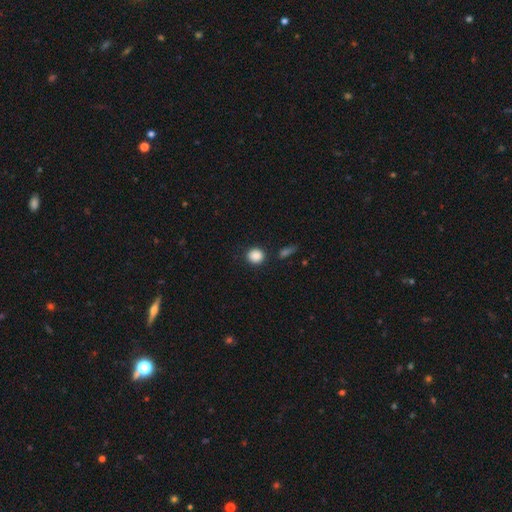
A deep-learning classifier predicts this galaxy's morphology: smooth_or_featured: smooth (p=0.88) [alt: star or artifact p=0.09]
how_rounded: round (p=0.86) [alt: in between p=0.12]
merging: none (p=0.85) [alt: minor disturbance p=0.08]